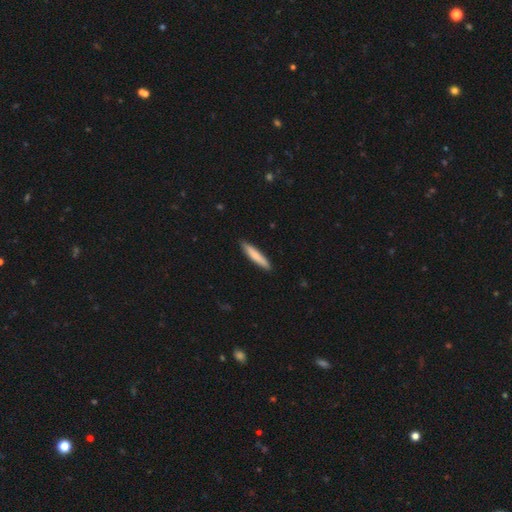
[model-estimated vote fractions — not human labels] smooth-or-featured: smooth: 80% | featured or disk: 15% | star or artifact: 5%
  how-rounded: cigar-shaped: 91% | in between: 8% | round: 1%
  merging: none: 90% | minor disturbance: 8% | major disturbance: 1% | merger: 1%